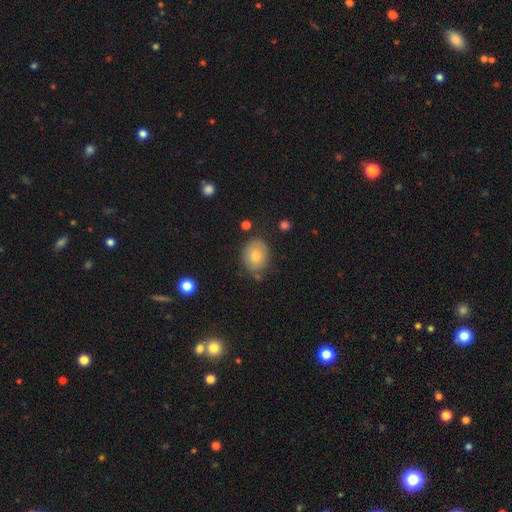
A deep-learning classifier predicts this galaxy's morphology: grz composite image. It shows a smooth galaxy with no disk features (70%) that is in between round and cigar-shaped (52%). Merging: none (75%).